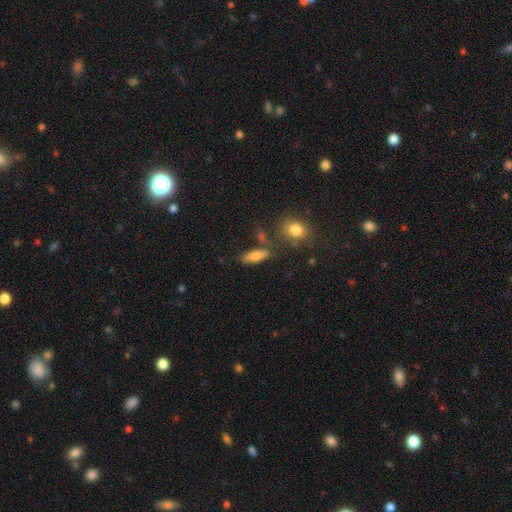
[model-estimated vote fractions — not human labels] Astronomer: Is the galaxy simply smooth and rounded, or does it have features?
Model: smooth — 76%.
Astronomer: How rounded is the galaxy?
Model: in between — 64%.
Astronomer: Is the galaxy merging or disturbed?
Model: none — 66%.